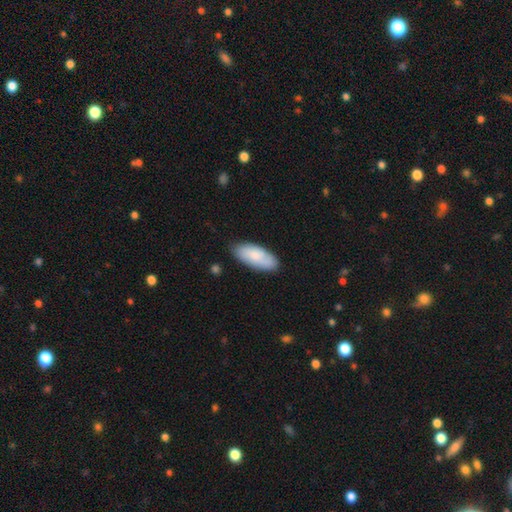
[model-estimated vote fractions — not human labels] Overall: smooth (77%). How rounded: in between (85%). Merging: none (78%).